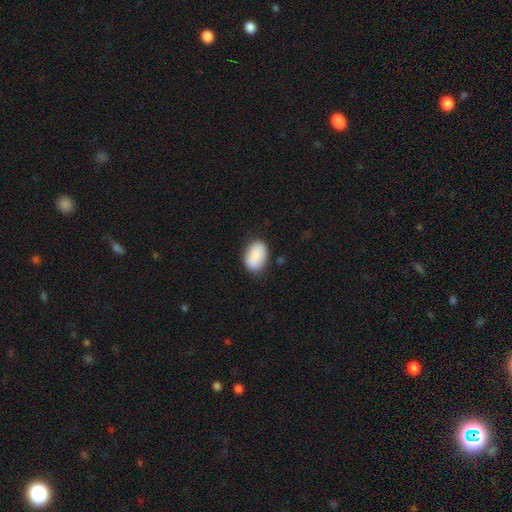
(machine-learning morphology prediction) smooth_or_featured: smooth (p=0.87) [alt: featured or disk p=0.07]
how_rounded: in between (p=0.86) [alt: round p=0.13]
merging: none (p=0.80) [alt: minor disturbance p=0.15]